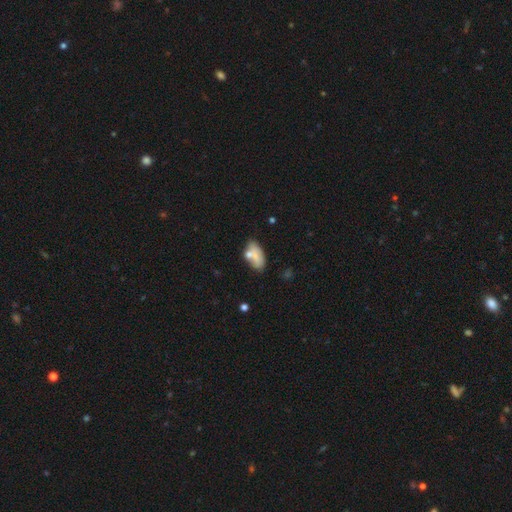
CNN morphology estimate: This is likely a smooth galaxy (70%). How rounded: clearly in between (90%). Merging: possibly none (51%).